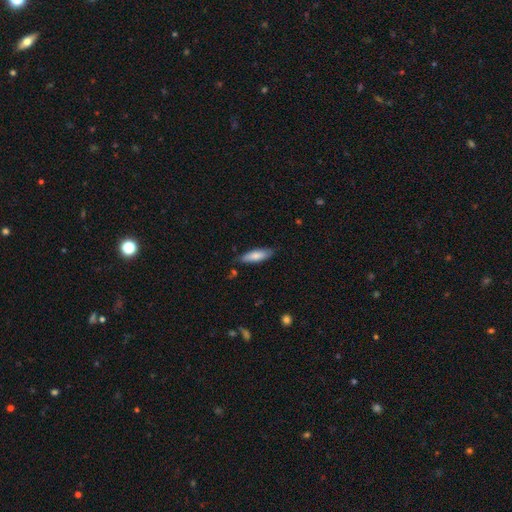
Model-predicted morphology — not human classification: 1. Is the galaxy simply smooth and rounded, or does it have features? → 78% smooth, 17% featured or disk, 6% star or artifact.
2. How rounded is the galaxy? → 51% cigar-shaped, 48% in between, 2% round.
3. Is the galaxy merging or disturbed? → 78% none, 17% minor disturbance, 3% major disturbance, 2% merger.